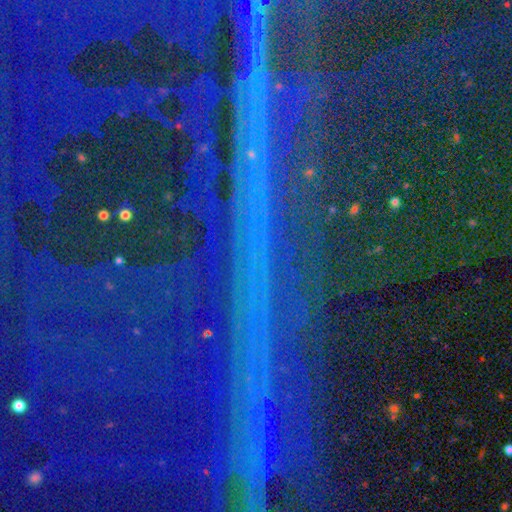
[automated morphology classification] type=star or artifact (88%).